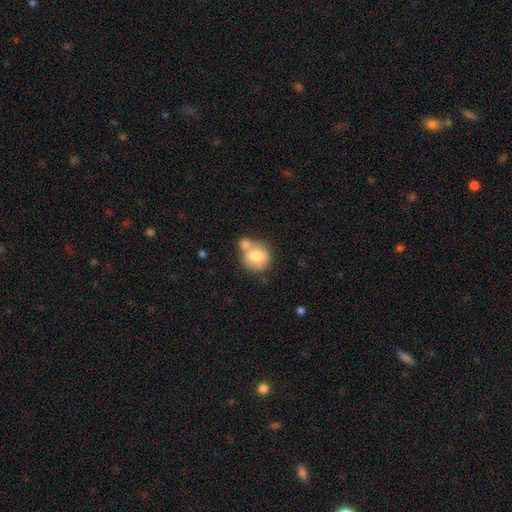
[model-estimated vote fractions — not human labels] Smooth or featured?
  - smooth: 78% *
  - featured or disk: 14%
  - star or artifact: 7%
How rounded?
  - round: 78% *
  - in between: 21%
  - cigar-shaped: 1%
Merging?
  - merger: 44% *
  - none: 39%
  - minor disturbance: 12%
  - major disturbance: 5%